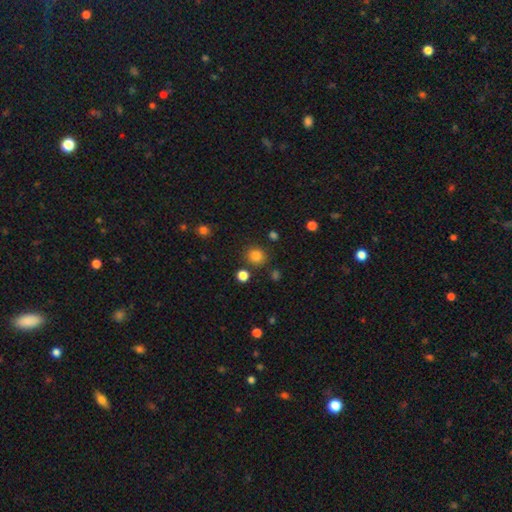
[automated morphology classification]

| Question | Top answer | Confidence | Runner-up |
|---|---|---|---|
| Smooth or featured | smooth | 82% | star or artifact (13%) |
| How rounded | round | 85% | in between (14%) |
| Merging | none | 84% | minor disturbance (8%) |